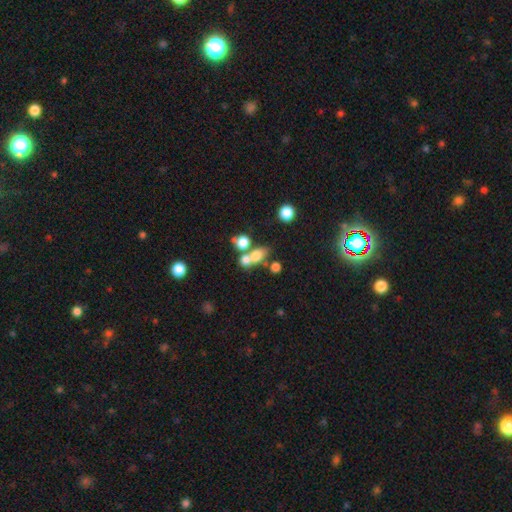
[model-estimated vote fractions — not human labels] This appears to be a smooth galaxy with no disk features (68%) that is round (54%). Merging: merger (51%).